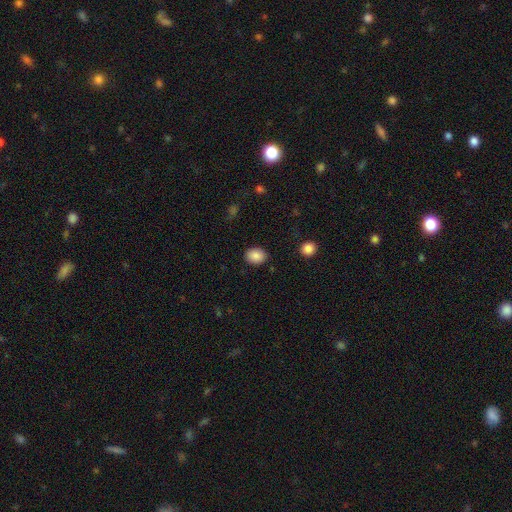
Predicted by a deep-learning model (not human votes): A smooth galaxy with no disk features (88%) that is in between round and cigar-shaped (53%).

Vote fractions:
- Smooth or featured? smooth: 88% / star or artifact: 8% / featured or disk: 4%
- How rounded? in between: 53% / round: 46% / cigar-shaped: 1%
- Merging? none: 88% / minor disturbance: 8% / major disturbance: 2% / merger: 1%